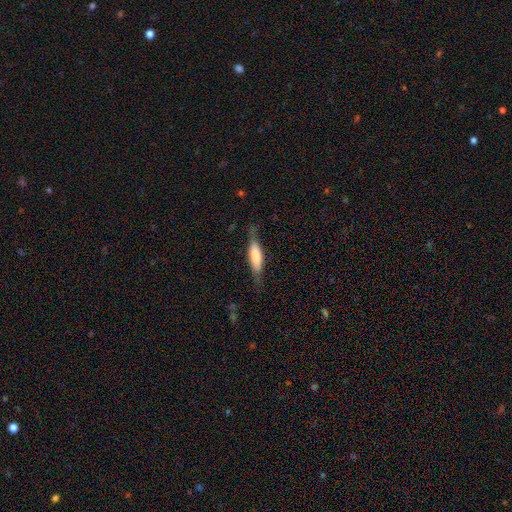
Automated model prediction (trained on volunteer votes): smooth-or-featured: smooth: 65% | featured or disk: 30% | star or artifact: 6%
  how-rounded: cigar-shaped: 66% | in between: 33% | round: 2%
  merging: none: 73% | minor disturbance: 19% | major disturbance: 6% | merger: 1%